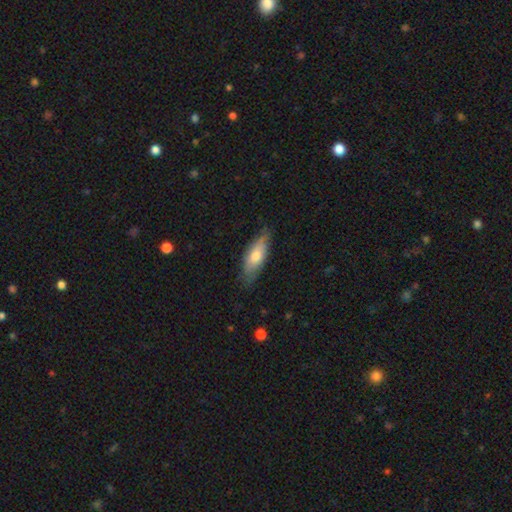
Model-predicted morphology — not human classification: A smooth galaxy with no disk features (64%) that is in between round and cigar-shaped (67%).

Vote fractions:
- Smooth or featured? smooth: 64% / featured or disk: 30% / star or artifact: 6%
- How rounded? in between: 67% / cigar-shaped: 31% / round: 2%
- Merging? none: 70% / minor disturbance: 24% / major disturbance: 4% / merger: 1%